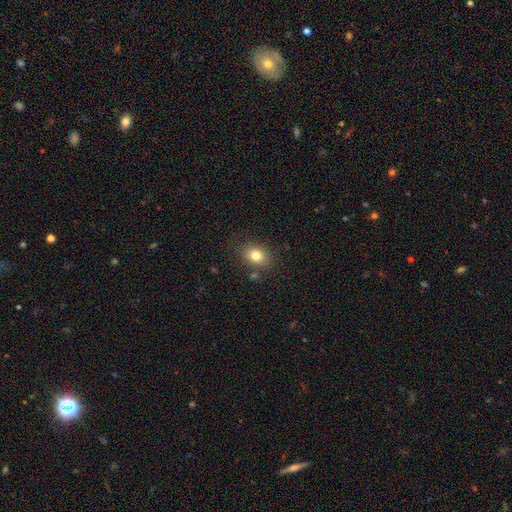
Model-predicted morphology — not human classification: smooth 80%, star or artifact 11%, featured or disk 9%. Down the decision tree: how rounded — in between (56%); merging — none (80%).